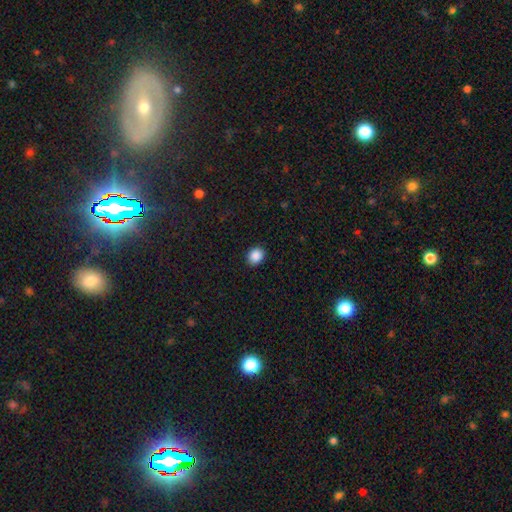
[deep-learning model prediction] A smooth galaxy with no disk features (88%) that is round (58%).

Vote fractions:
- Smooth or featured? smooth: 88% / star or artifact: 9% / featured or disk: 3%
- How rounded? round: 58% / in between: 41% / cigar-shaped: 1%
- Merging? none: 91% / minor disturbance: 6% / major disturbance: 2% / merger: 1%